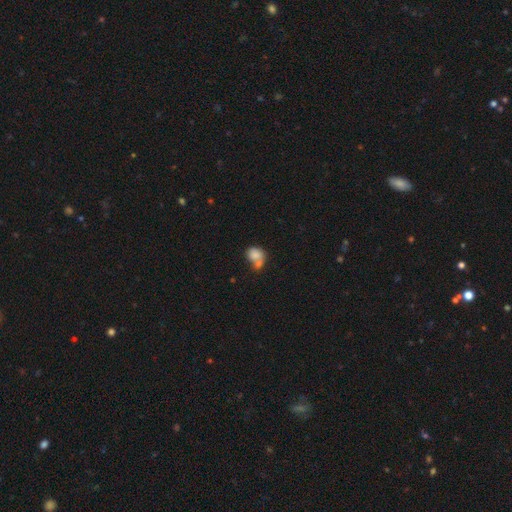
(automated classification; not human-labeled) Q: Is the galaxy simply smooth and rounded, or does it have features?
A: smooth — 80%.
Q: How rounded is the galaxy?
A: round — 53%.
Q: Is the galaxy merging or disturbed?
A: merger — 55%.